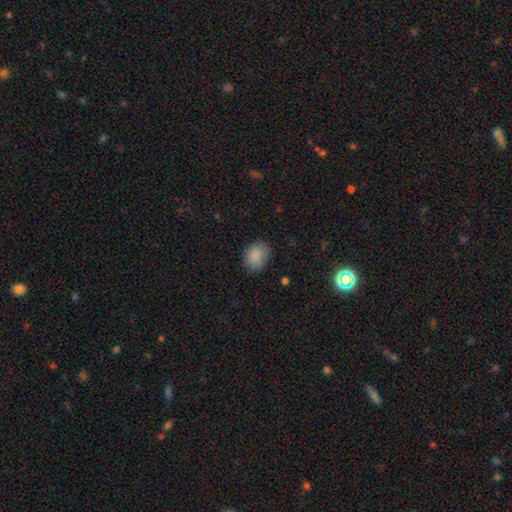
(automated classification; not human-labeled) smooth-or-featured: smooth: 87% | star or artifact: 8% | featured or disk: 5%
  how-rounded: in between: 54% | round: 45% | cigar-shaped: 1%
  merging: none: 79% | minor disturbance: 16% | major disturbance: 4% | merger: 1%